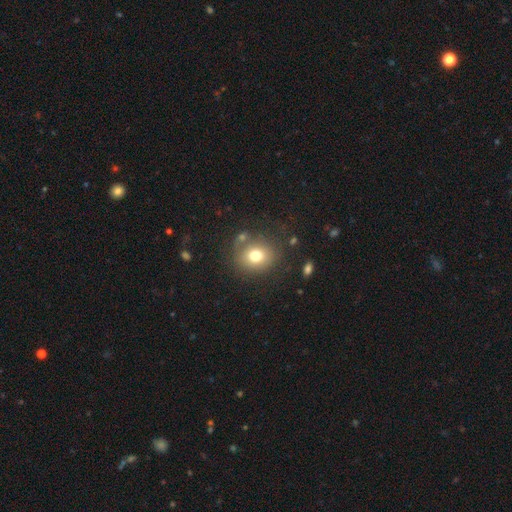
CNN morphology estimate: Smooth or featured: smooth — 74% (featured or disk — 14%)
How rounded: round — 73% (in between — 26%)
Merging: none — 71% (minor disturbance — 14%)